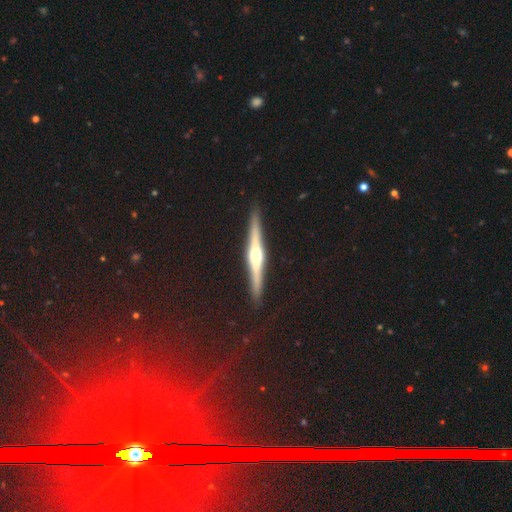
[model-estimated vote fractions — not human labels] smooth-or-featured: featured or disk: 78% | smooth: 16% | star or artifact: 6%
  disk-edge-on: yes: 98% | no: 2%
    edge-on-bulge: rounded: 83% | boxy: 12% | none: 5%
  merging: none: 91% | minor disturbance: 6% | major disturbance: 1% | merger: 1%